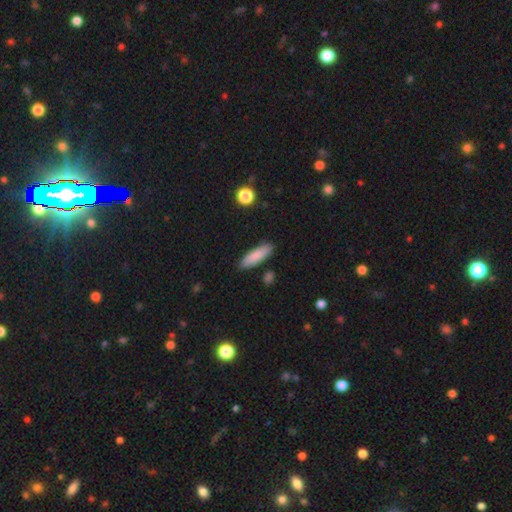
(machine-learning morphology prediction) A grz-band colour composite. It shows a smooth galaxy with no disk features (85%) that is cigar-shaped (60%). Merging: none (87%).